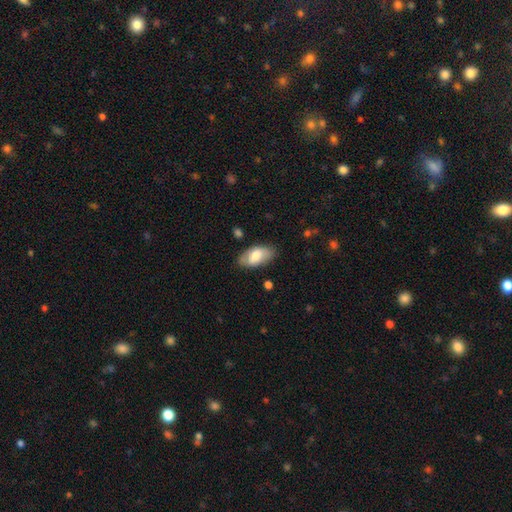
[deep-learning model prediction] This appears to be a smooth galaxy with no disk features (69%) that is in between round and cigar-shaped (93%). Merging: none (76%).